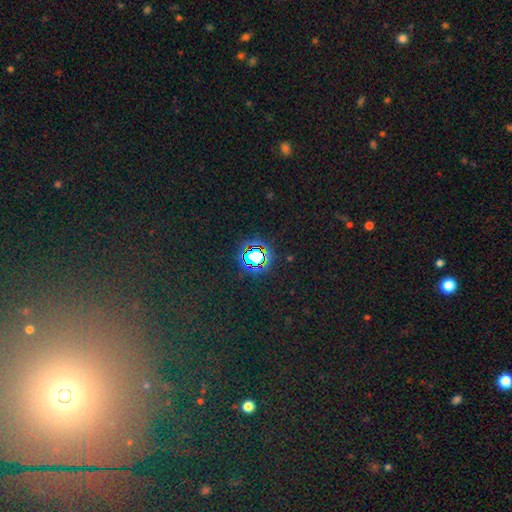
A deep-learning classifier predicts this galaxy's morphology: A star or artifact, not a galaxy (71%).